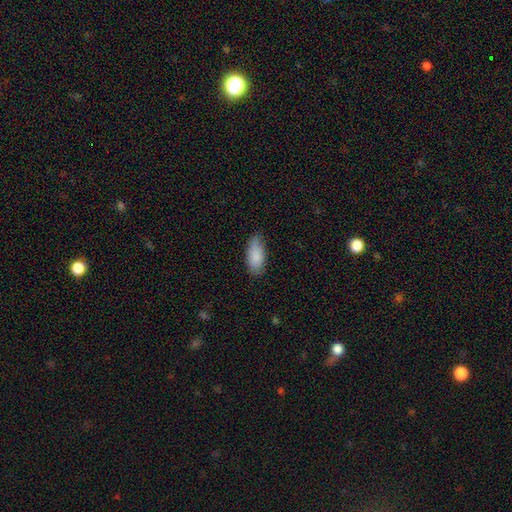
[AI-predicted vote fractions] Q: Smooth or featured?
A: smooth (87%); runner-up: featured or disk (7%)
Q: How rounded?
A: in between (86%); runner-up: cigar-shaped (12%)
Q: Merging?
A: none (71%); runner-up: minor disturbance (23%)